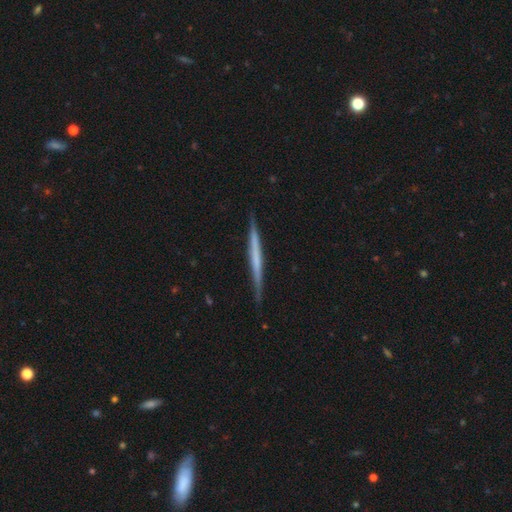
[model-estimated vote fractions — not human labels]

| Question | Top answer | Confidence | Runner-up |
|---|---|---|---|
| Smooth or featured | featured or disk | 54% | smooth (41%) |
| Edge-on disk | yes | 97% | no (3%) |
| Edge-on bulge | none | 86% | rounded (8%) |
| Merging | none | 89% | minor disturbance (8%) |